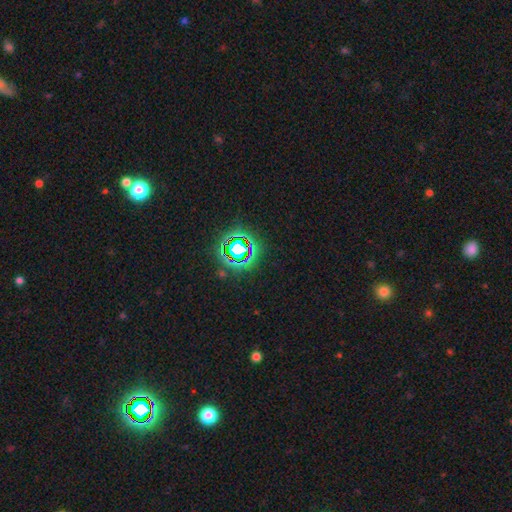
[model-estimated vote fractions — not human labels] smooth_or_featured: star or artifact (p=0.76) [alt: smooth p=0.17]